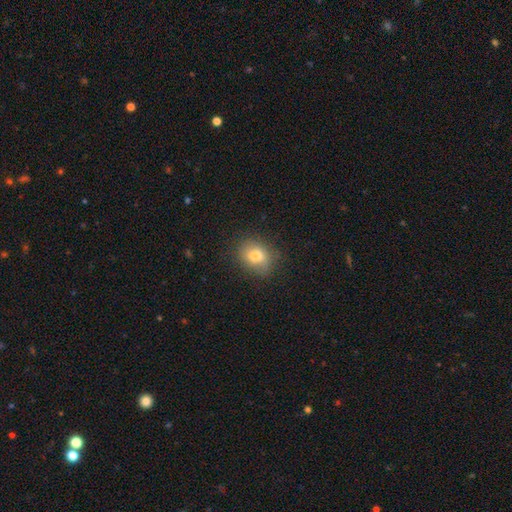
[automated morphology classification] This is likely a smooth galaxy (78%). How rounded: possibly in between (56%). Merging: likely none (74%).